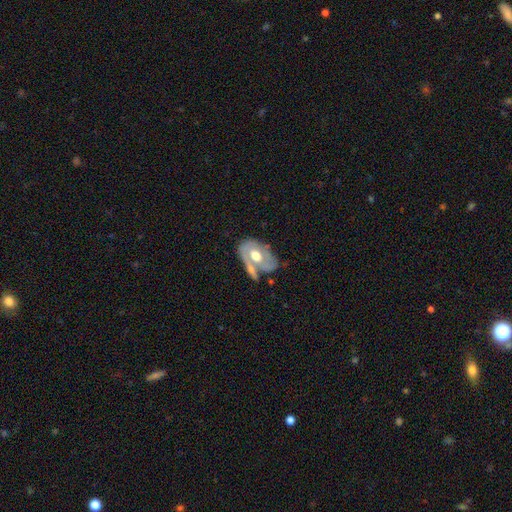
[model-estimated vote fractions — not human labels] A featured or disk galaxy (59%) with no bar (76%), no spiral arms (58%) and a moderate central bulge (65%).

Vote fractions:
- Smooth or featured? featured or disk: 59% / smooth: 35% / star or artifact: 5%
- Edge-on disk? no: 91% / yes: 9%
- Bar? no: 76% / weak: 19% / strong: 5%
- Spiral arms? no: 58% / yes: 42%
- Bulge size? moderate: 65% / large: 27% / small: 5% / dominant: 1% / none: 1%
- Merging? none: 35% / merger: 30% / minor disturbance: 21% / major disturbance: 14%